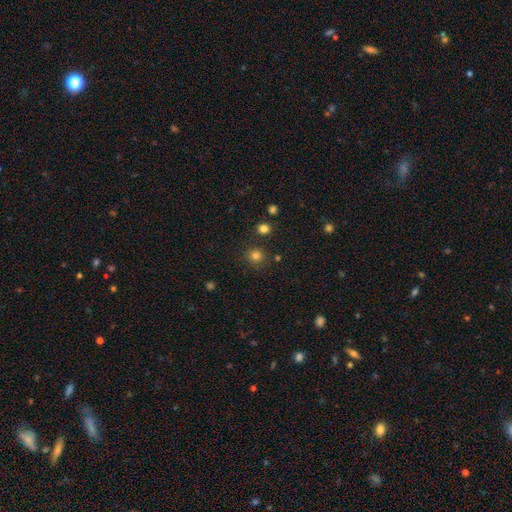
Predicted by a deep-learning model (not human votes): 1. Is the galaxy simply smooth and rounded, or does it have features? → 80% smooth, 15% star or artifact, 5% featured or disk.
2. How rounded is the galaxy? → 91% round, 8% in between, 1% cigar-shaped.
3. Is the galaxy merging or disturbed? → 85% none, 8% minor disturbance, 4% merger, 3% major disturbance.